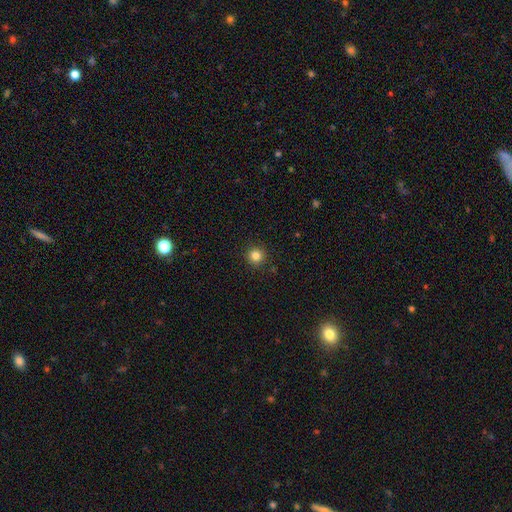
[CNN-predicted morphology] smooth 83%, star or artifact 12%, featured or disk 5%. Down the decision tree: how rounded — round (95%); merging — none (92%).